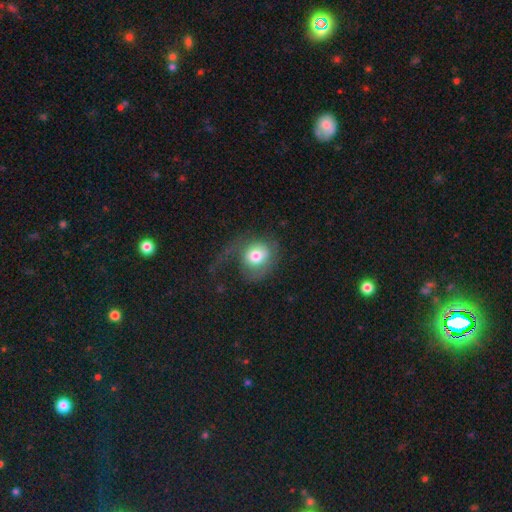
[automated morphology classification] Overall: smooth (63%; featured or disk 29%). How rounded: round (67%; in between 32%). Merging: major disturbance (47%; none 30%).